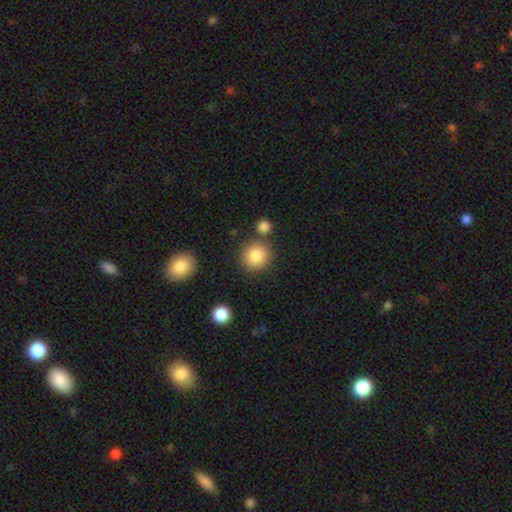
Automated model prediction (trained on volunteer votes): Overall: smooth (86%). How rounded: round (87%). Merging: none (77%).